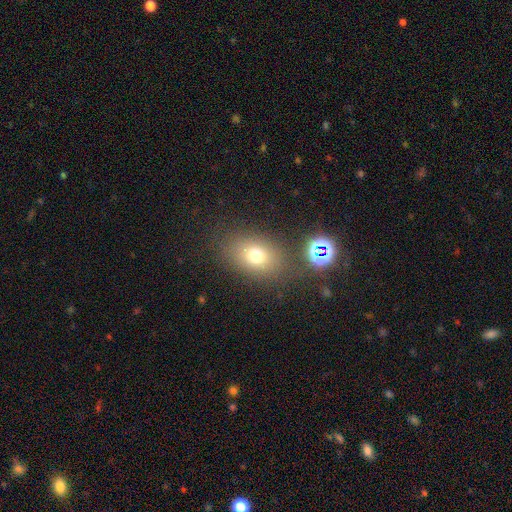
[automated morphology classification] Q: Smooth or featured?
A: smooth (72%); runner-up: star or artifact (16%)
Q: How rounded?
A: in between (66%); runner-up: round (33%)
Q: Merging?
A: none (76%); runner-up: minor disturbance (12%)